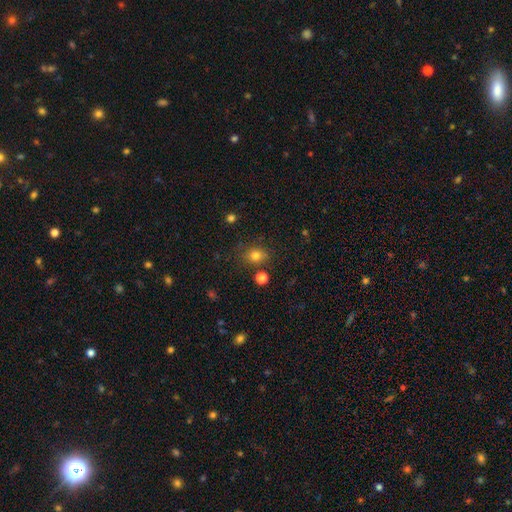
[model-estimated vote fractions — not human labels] A smooth galaxy with no disk features (79%) that is round (56%). Merging: none (75%).